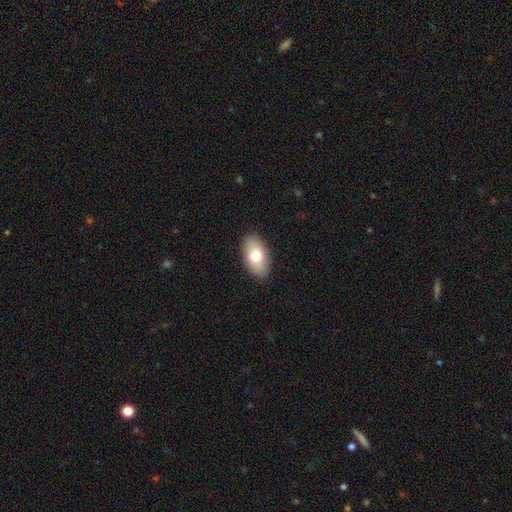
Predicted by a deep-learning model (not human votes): Q: Smooth or featured?
A: smooth (76%); runner-up: featured or disk (17%)
Q: How rounded?
A: in between (94%); runner-up: round (4%)
Q: Merging?
A: none (88%); runner-up: minor disturbance (9%)